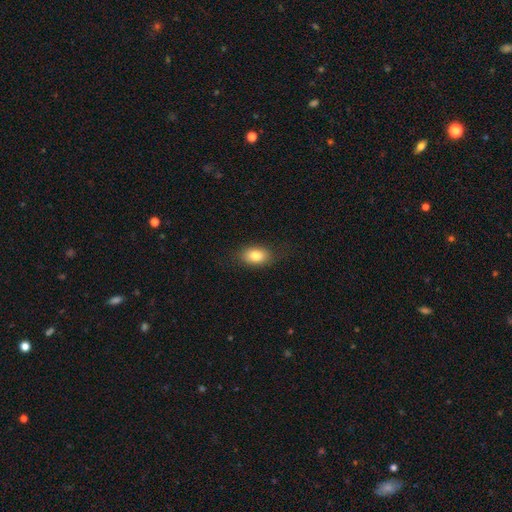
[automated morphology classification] Smooth or featured: smooth — 81% (featured or disk — 11%)
How rounded: in between — 84% (round — 14%)
Merging: none — 80% (minor disturbance — 15%)